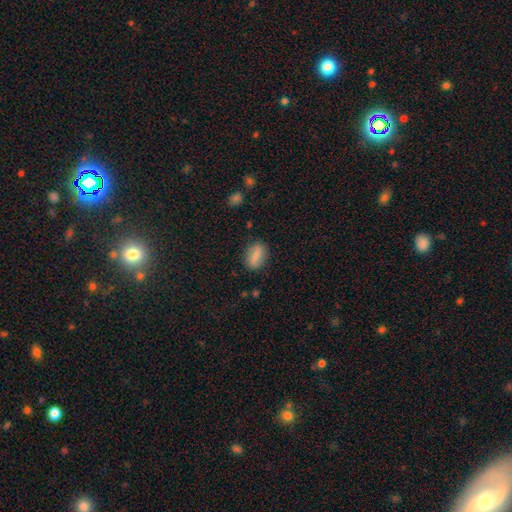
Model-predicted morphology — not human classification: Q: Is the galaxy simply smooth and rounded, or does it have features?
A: smooth — 67%.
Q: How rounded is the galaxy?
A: in between — 78%.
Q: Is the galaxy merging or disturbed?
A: none — 83%.